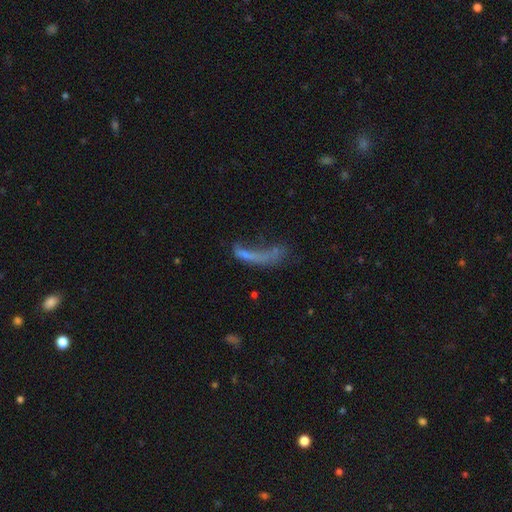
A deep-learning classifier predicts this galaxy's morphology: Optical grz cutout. It shows a smooth galaxy with no disk features (42%). Merging: major disturbance (36%).